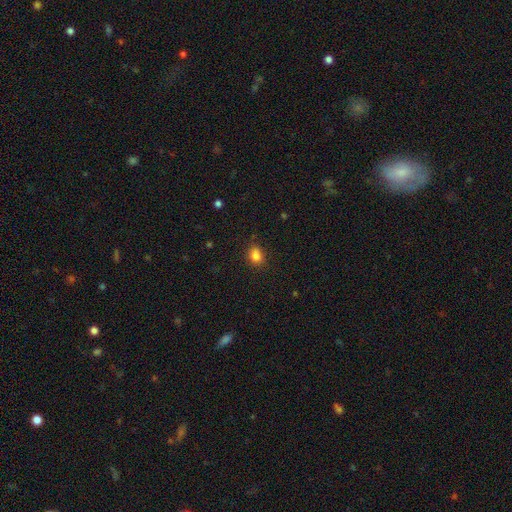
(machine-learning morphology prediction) This appears to be a smooth galaxy with no disk features (83%) that is round (51%). Merging: none (81%).